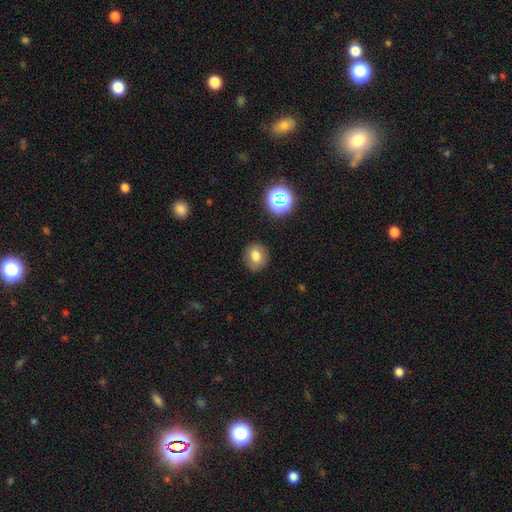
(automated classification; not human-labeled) Smooth or featured? Predicted: smooth (p=0.76). How rounded? Predicted: round (p=0.70). Merging? Predicted: none (p=0.84).